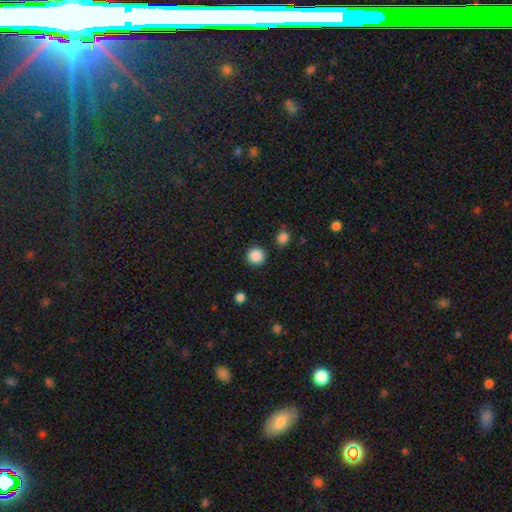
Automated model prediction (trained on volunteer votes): The model was most divided on "smooth or featured": smooth: 87%, star or artifact: 10%, featured or disk: 3%. More confident: how rounded — round (95%); merging — none (90%).